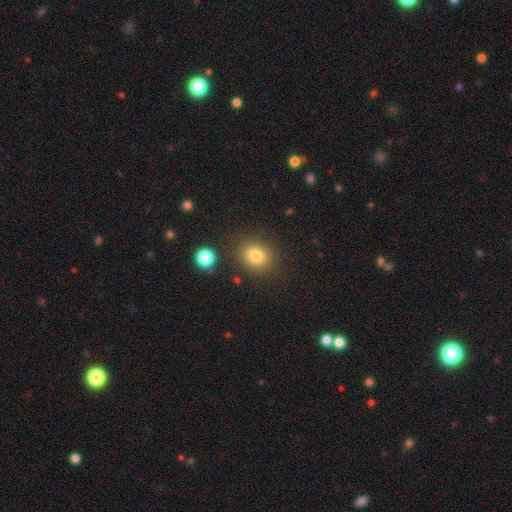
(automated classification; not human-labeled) Smooth or featured?
  - smooth: 80% *
  - star or artifact: 13%
  - featured or disk: 8%
How rounded?
  - round: 62% *
  - in between: 37%
  - cigar-shaped: 1%
Merging?
  - none: 84% *
  - minor disturbance: 9%
  - major disturbance: 4%
  - merger: 3%